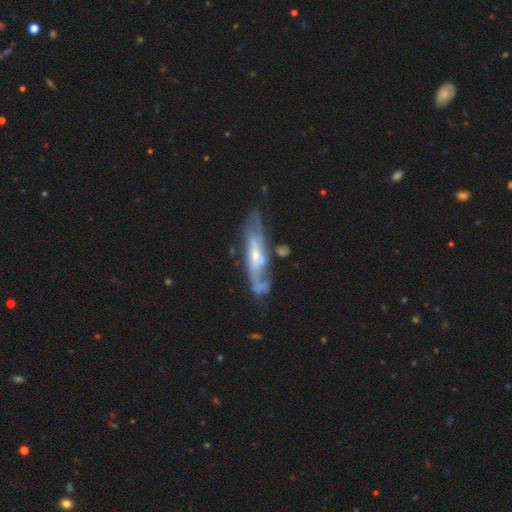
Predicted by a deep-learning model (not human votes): The model was most divided on "spiral winding": medium: 41%, tight: 33%, loose: 26%. Remaining: spiral arms — yes (86%); smooth or featured — featured or disk (80%); edge-on disk — no (73%); bulge size — small (59%); merging — none (54%); bar — no (50%); spiral arm count — 2 (49%).